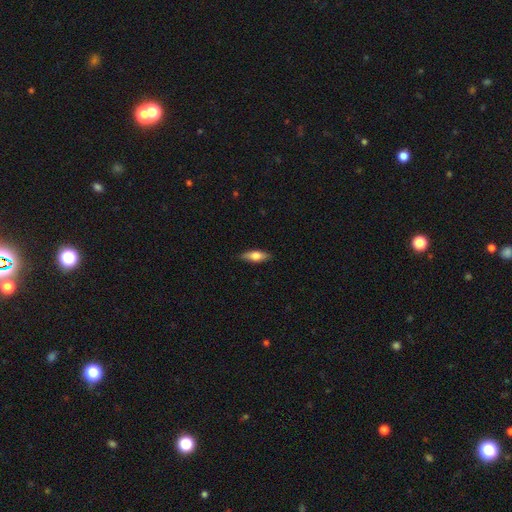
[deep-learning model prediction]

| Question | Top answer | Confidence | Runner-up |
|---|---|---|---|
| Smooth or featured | smooth | 63% | featured or disk (31%) |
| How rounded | in between | 63% | cigar-shaped (33%) |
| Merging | none | 85% | minor disturbance (12%) |